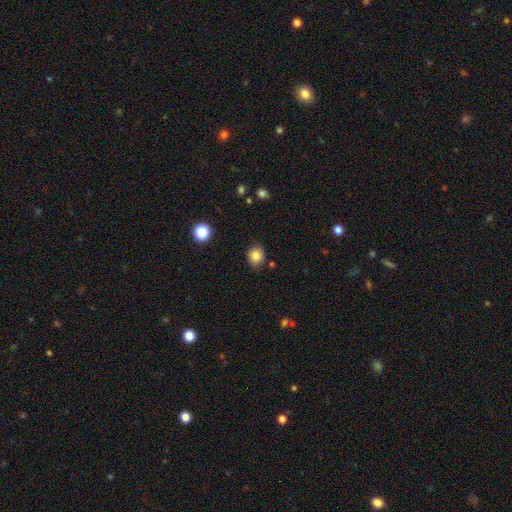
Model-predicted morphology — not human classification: Overall: smooth (83%). How rounded: round (74%). Merging: none (84%).